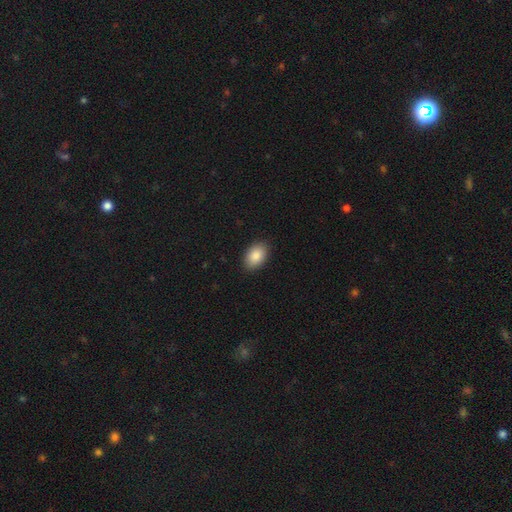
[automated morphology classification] Smooth or featured? Predicted: smooth (p=0.87). How rounded? Predicted: in between (p=0.89). Merging? Predicted: none (p=0.89).